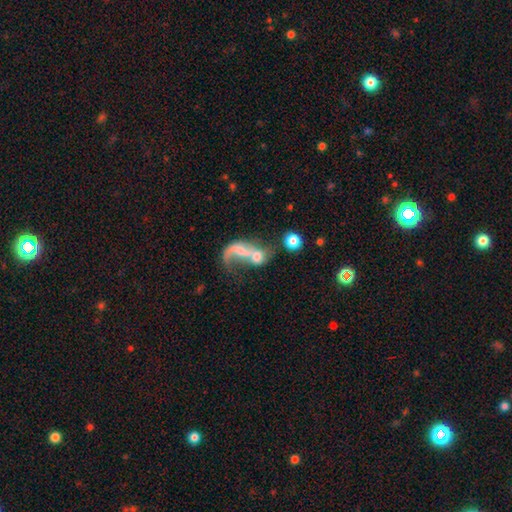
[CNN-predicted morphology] Smooth or featured?
  - featured or disk: 52% *
  - smooth: 37%
  - star or artifact: 11%
Edge-on disk?
  - no: 95% *
  - yes: 5%
Merging?
  - merger: 59% *
  - major disturbance: 20%
  - none: 14%
  - minor disturbance: 7%